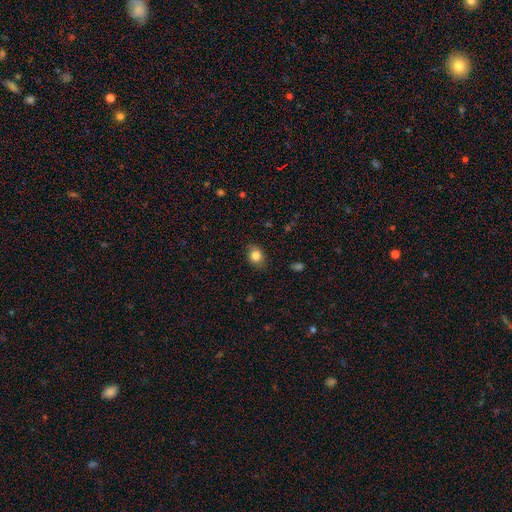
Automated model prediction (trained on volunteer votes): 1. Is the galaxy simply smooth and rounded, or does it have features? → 83% smooth, 9% star or artifact, 7% featured or disk.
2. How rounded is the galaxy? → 52% in between, 46% round, 1% cigar-shaped.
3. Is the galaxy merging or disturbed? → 82% none, 14% minor disturbance, 3% major disturbance, 1% merger.